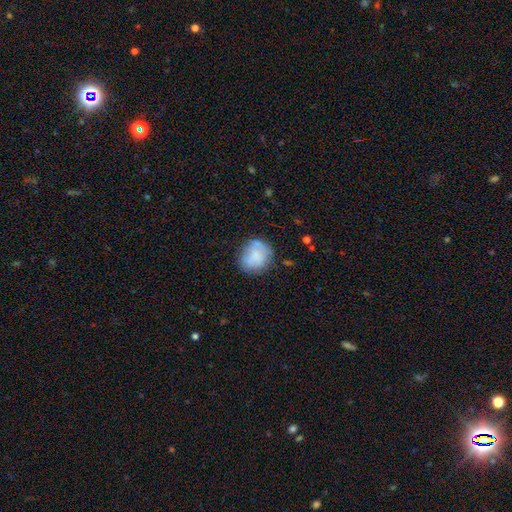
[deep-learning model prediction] Q: Smooth or featured?
A: smooth (71%); runner-up: featured or disk (21%)
Q: How rounded?
A: round (75%); runner-up: in between (24%)
Q: Merging?
A: none (62%); runner-up: minor disturbance (24%)